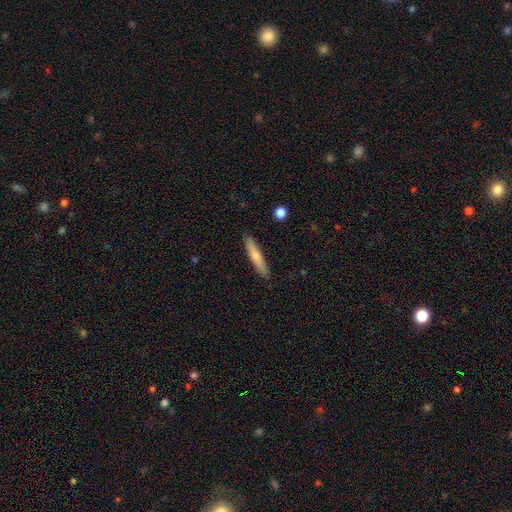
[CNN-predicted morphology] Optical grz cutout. It shows a smooth galaxy with no disk features (69%) that is cigar-shaped (88%). Merging: none (88%).